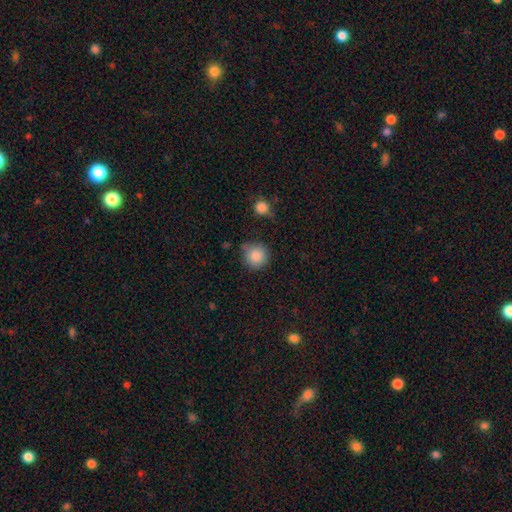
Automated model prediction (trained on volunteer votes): smooth 87%, star or artifact 9%, featured or disk 4%. Down the decision tree: how rounded — round (93%); merging — none (74%).